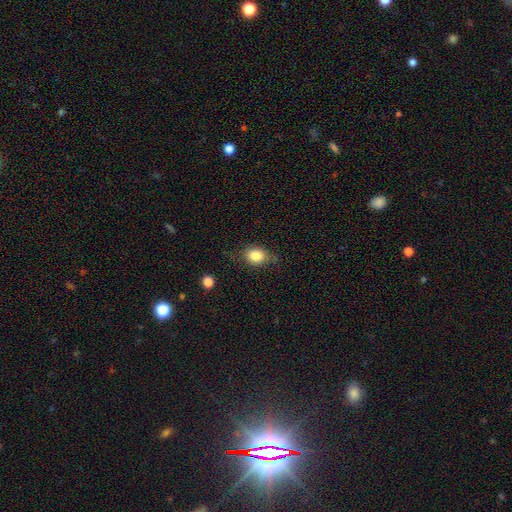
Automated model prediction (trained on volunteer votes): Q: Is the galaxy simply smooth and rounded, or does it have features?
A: smooth — 83%.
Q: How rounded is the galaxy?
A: in between — 57%.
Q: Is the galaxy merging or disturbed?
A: none — 71%.